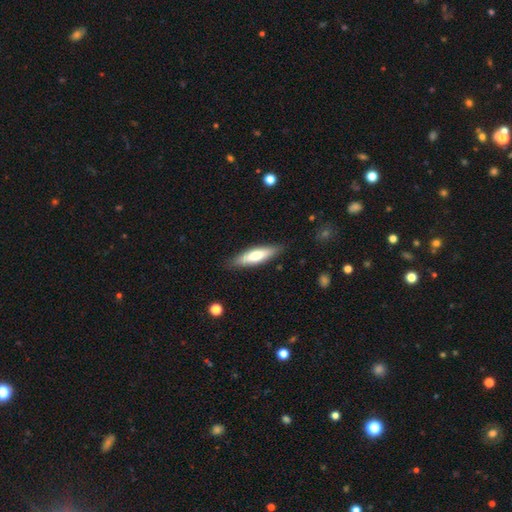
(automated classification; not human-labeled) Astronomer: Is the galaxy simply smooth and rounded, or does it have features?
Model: smooth — 65%.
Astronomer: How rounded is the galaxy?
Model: cigar-shaped — 62%.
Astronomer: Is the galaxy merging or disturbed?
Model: none — 86%.